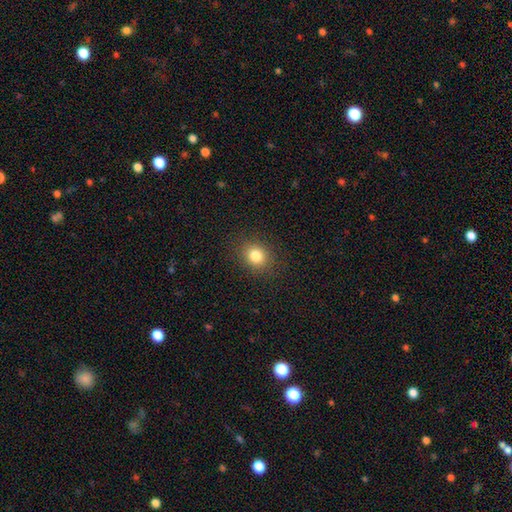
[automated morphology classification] The model was most divided on "how rounded": round: 66%, in between: 33%, cigar-shaped: 1%. More confident: merging — none (88%); smooth or featured — smooth (82%).